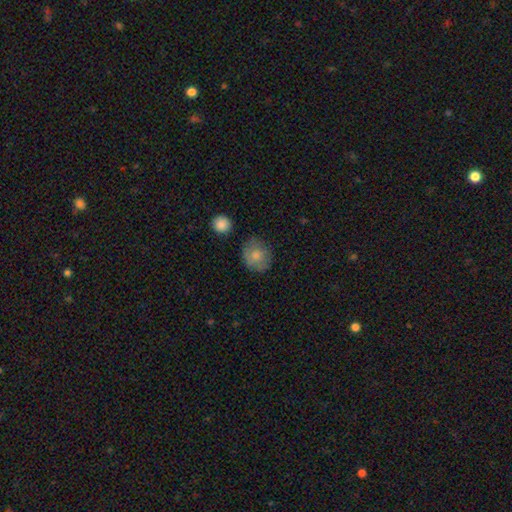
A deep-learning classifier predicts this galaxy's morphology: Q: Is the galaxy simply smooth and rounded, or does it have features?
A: smooth — 78%.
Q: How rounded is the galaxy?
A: round — 79%.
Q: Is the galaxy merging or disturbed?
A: none — 71%.